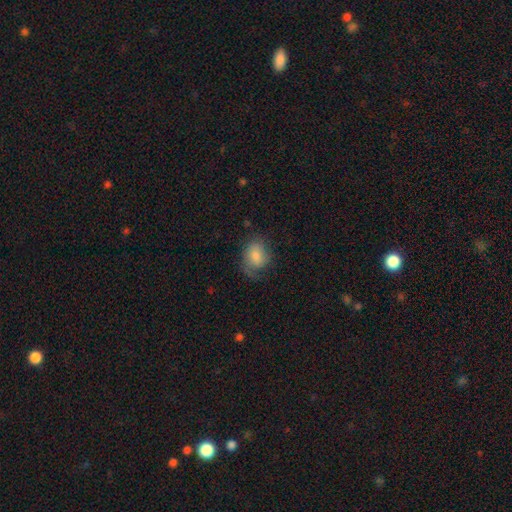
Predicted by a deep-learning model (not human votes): Q: Smooth or featured?
A: smooth (65%); runner-up: featured or disk (28%)
Q: How rounded?
A: in between (61%); runner-up: round (38%)
Q: Merging?
A: none (51%); runner-up: minor disturbance (29%)